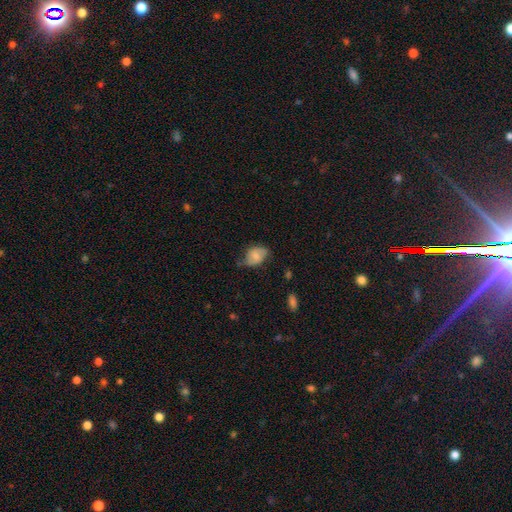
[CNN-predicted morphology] Smooth or featured? smooth (63%)
How rounded? in between (76%)
Merging? none (52%)